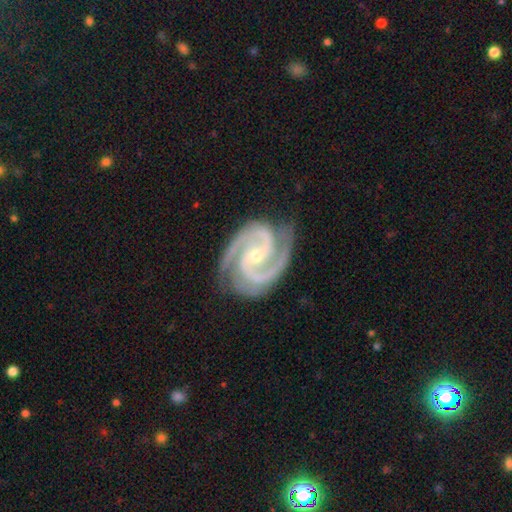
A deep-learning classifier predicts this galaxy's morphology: A featured or disk galaxy (95%) with no bar (44%), 2 (83%) medium (51%) spiral arms (99%) and a small central bulge (64%). Merging: none (81%).